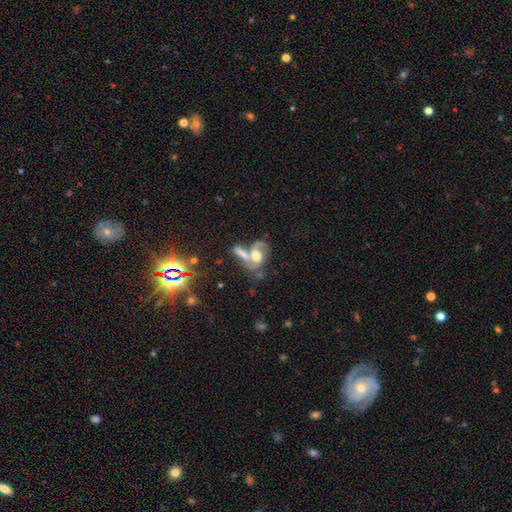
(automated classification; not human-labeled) A featured or disk galaxy (60%) with no bar (62%), spiral arms (79%) and a moderate central bulge (52%).

Vote fractions:
- Smooth or featured? featured or disk: 60% / smooth: 28% / star or artifact: 12%
- Edge-on disk? no: 94% / yes: 6%
- Bar? no: 62% / weak: 28% / strong: 10%
- Spiral arms? yes: 79% / no: 21%
- Bulge size? moderate: 52% / large: 30% / small: 10% / none: 4% / dominant: 3%
- Merging? merger: 54% / none: 21% / major disturbance: 14% / minor disturbance: 11%